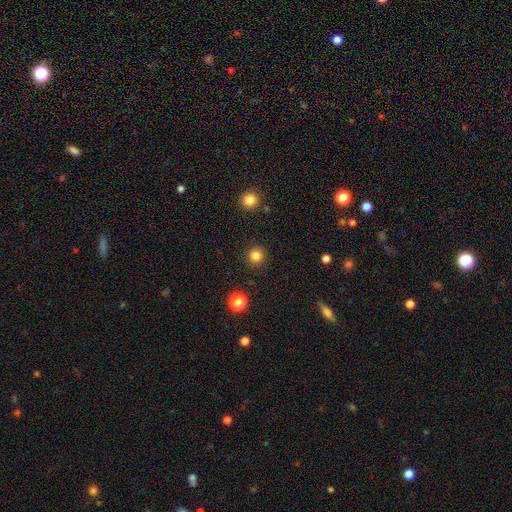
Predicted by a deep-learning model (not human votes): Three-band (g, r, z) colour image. It shows a smooth galaxy with no disk features (83%) that is round (95%). Merging: none (91%).